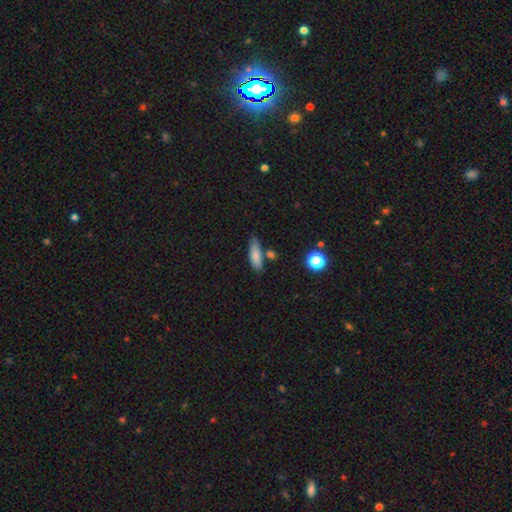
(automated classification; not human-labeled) smooth-or-featured: smooth: 79% | featured or disk: 12% | star or artifact: 8%
  how-rounded: in between: 55% | cigar-shaped: 42% | round: 3%
  merging: none: 71% | minor disturbance: 15% | merger: 11% | major disturbance: 3%